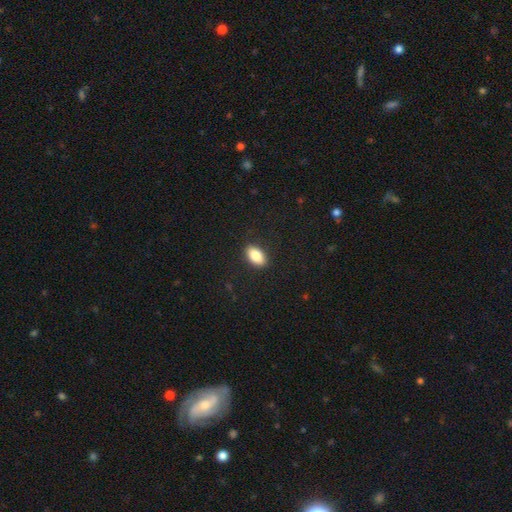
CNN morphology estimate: Q: Smooth or featured?
A: smooth (86%); runner-up: featured or disk (7%)
Q: How rounded?
A: in between (92%); runner-up: round (5%)
Q: Merging?
A: none (88%); runner-up: minor disturbance (8%)